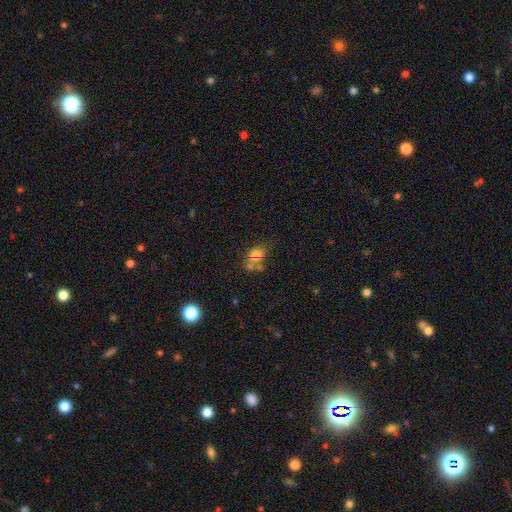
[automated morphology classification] Smooth or featured?
  - smooth: 55% *
  - star or artifact: 27%
  - featured or disk: 18%
How rounded?
  - in between: 60% *
  - round: 38%
  - cigar-shaped: 2%
Merging?
  - none: 46% *
  - merger: 27%
  - minor disturbance: 16%
  - major disturbance: 11%